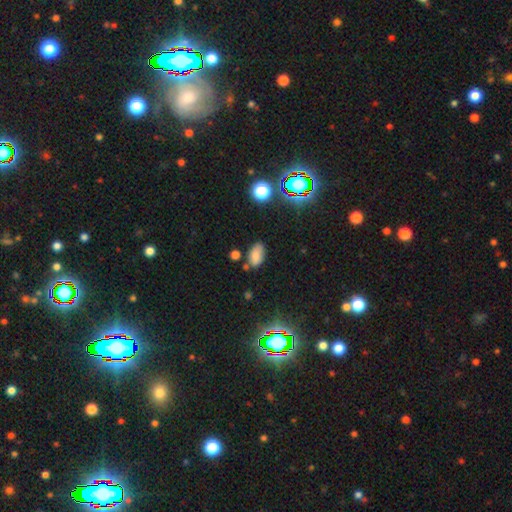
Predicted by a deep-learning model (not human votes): Smooth or featured? Predicted: smooth (p=0.75). How rounded? Predicted: in between (p=0.92). Merging? Predicted: none (p=0.67).